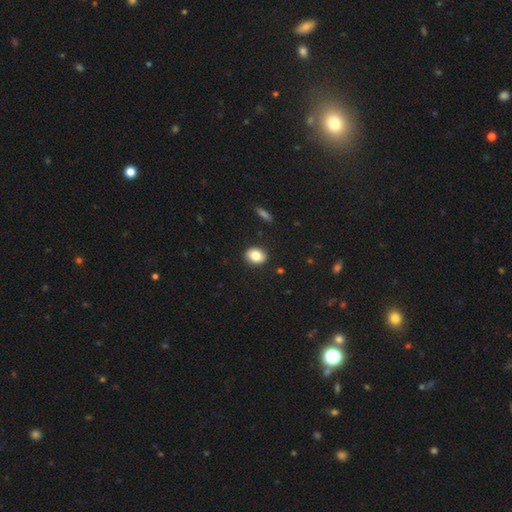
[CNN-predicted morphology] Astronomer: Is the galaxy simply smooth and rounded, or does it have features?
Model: smooth — 82%.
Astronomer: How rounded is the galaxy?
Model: in between — 54% (runner-up: round, 45%).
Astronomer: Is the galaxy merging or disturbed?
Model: none — 89%.